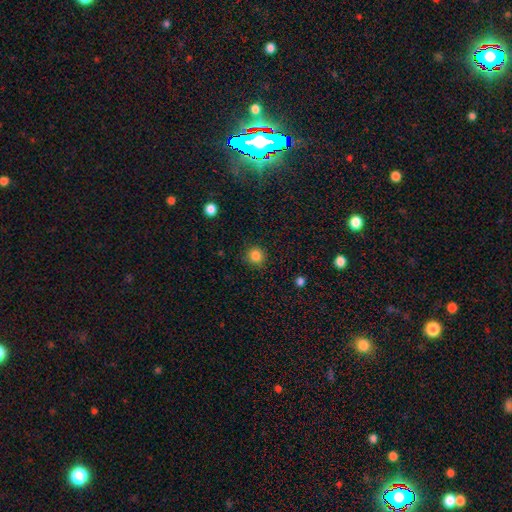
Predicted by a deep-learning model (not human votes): Q: Smooth or featured?
A: smooth (85%); runner-up: star or artifact (12%)
Q: How rounded?
A: round (91%); runner-up: in between (8%)
Q: Merging?
A: none (88%); runner-up: minor disturbance (8%)